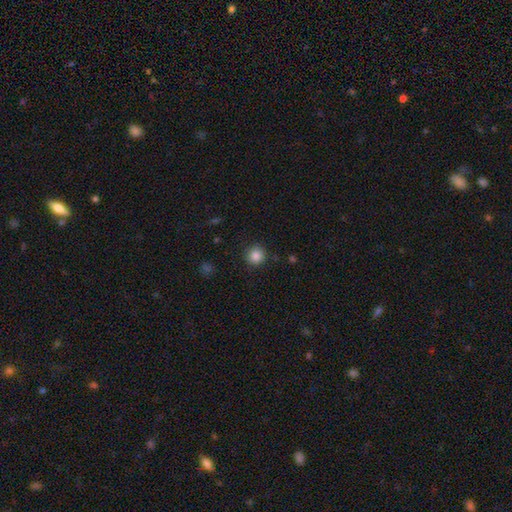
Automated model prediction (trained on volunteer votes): smooth-or-featured: smooth: 86% | star or artifact: 10% | featured or disk: 3%
  how-rounded: round: 94% | in between: 5% | cigar-shaped: 1%
  merging: none: 89% | minor disturbance: 8% | major disturbance: 3% | merger: 1%